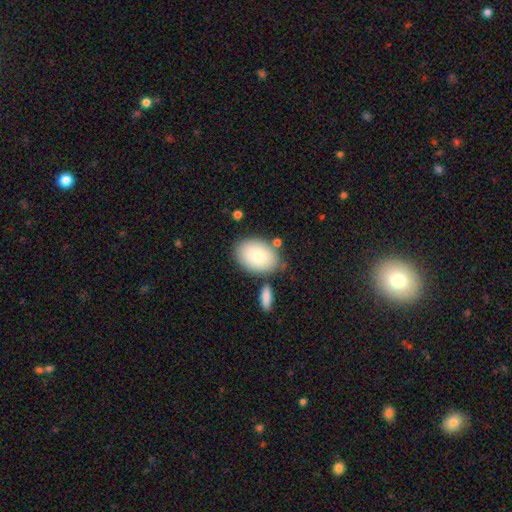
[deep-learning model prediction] A smooth galaxy with no disk features (84%) that is in between round and cigar-shaped (85%).

Vote fractions:
- Smooth or featured? smooth: 84% / featured or disk: 10% / star or artifact: 6%
- How rounded? in between: 85% / round: 14% / cigar-shaped: 1%
- Merging? none: 75% / minor disturbance: 13% / merger: 8% / major disturbance: 4%